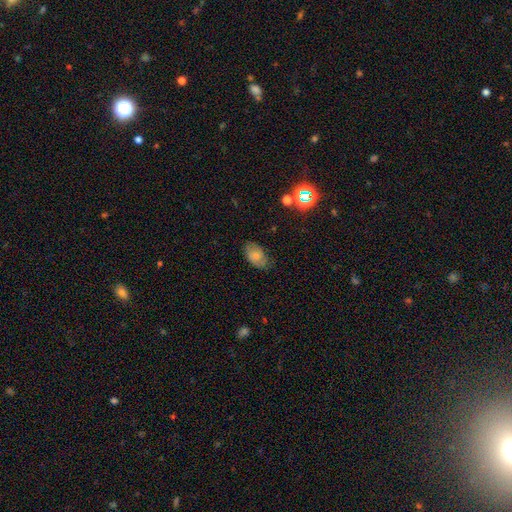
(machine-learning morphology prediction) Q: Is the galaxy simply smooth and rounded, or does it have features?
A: smooth — 68%.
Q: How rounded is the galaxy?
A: in between — 90%.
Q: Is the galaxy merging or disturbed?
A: none — 71%.